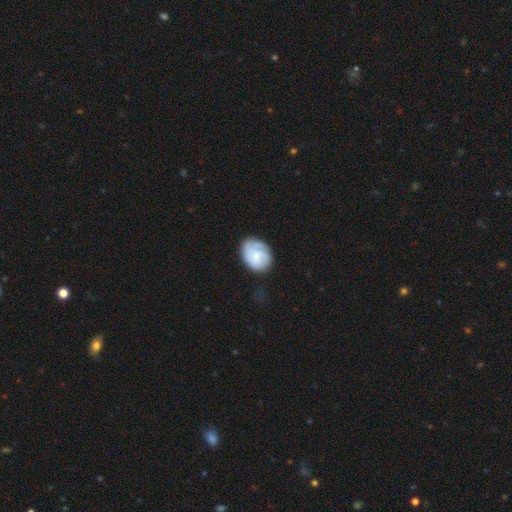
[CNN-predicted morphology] Smooth or featured?
  - smooth: 55% *
  - featured or disk: 39%
  - star or artifact: 7%
How rounded?
  - in between: 61% *
  - round: 38%
  - cigar-shaped: 1%
Merging?
  - none: 65% *
  - minor disturbance: 24%
  - major disturbance: 9%
  - merger: 2%